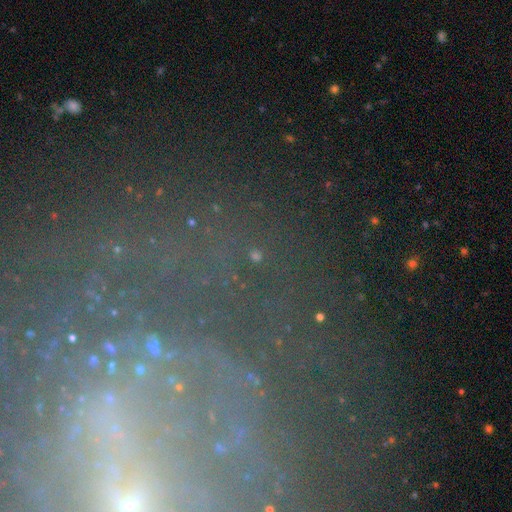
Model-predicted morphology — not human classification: star or artifact 66%, smooth 21%, featured or disk 13%.